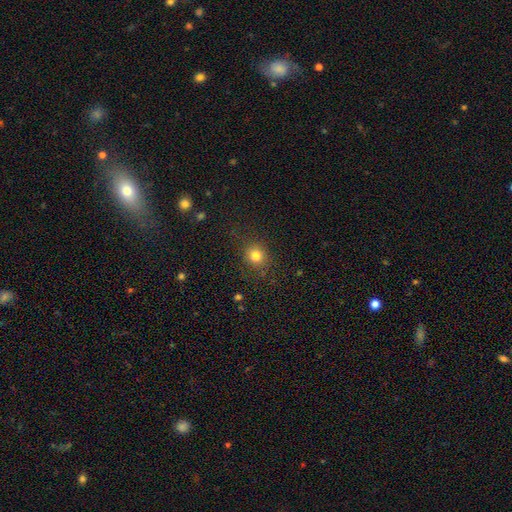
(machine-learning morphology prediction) A smooth galaxy with no disk features (81%) that is round (85%).

Vote fractions:
- Smooth or featured? smooth: 81% / star or artifact: 13% / featured or disk: 6%
- How rounded? round: 85% / in between: 14% / cigar-shaped: 1%
- Merging? none: 85% / minor disturbance: 10% / major disturbance: 4% / merger: 1%